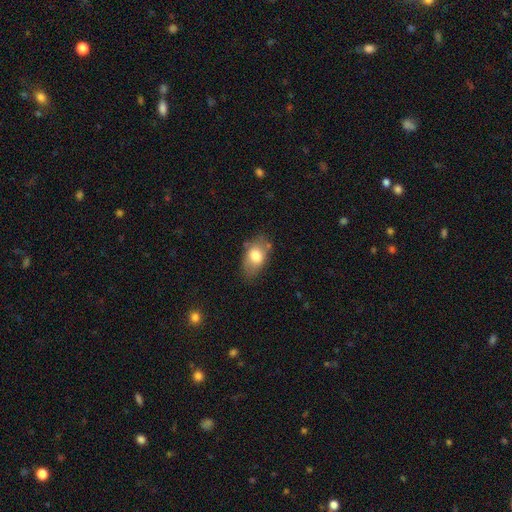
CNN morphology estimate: smooth-or-featured: smooth: 75% | featured or disk: 18% | star or artifact: 7%
  how-rounded: in between: 88% | round: 10% | cigar-shaped: 2%
  merging: none: 65% | minor disturbance: 24% | major disturbance: 7% | merger: 4%